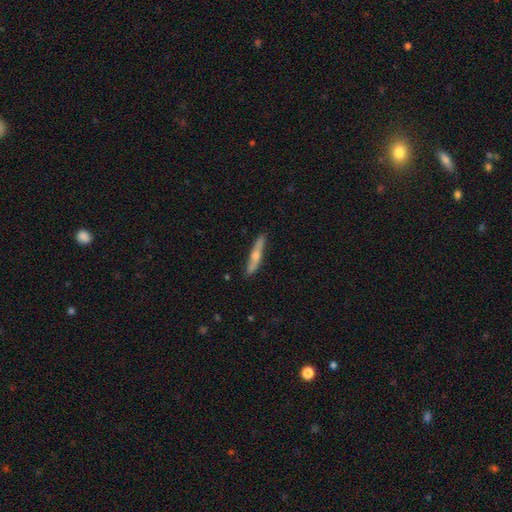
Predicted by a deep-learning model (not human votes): The model was most divided on "smooth or featured": smooth: 48%, featured or disk: 46%, star or artifact: 5%. More confident: merging — none (85%).